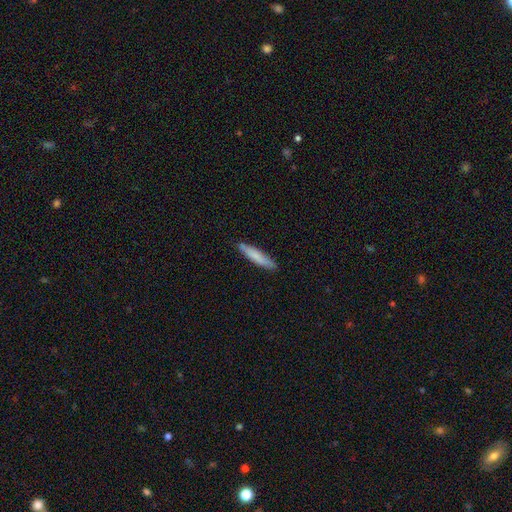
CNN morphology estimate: smooth-or-featured: smooth: 76% | featured or disk: 19% | star or artifact: 6%
  how-rounded: cigar-shaped: 89% | in between: 9% | round: 1%
  merging: none: 83% | minor disturbance: 13% | major disturbance: 2% | merger: 2%